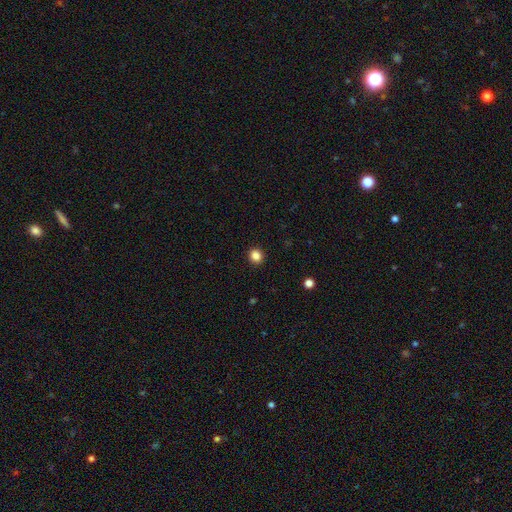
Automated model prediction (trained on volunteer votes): Smooth or featured: smooth — 85% (star or artifact — 11%)
How rounded: round — 90% (in between — 9%)
Merging: none — 93% (minor disturbance — 5%)